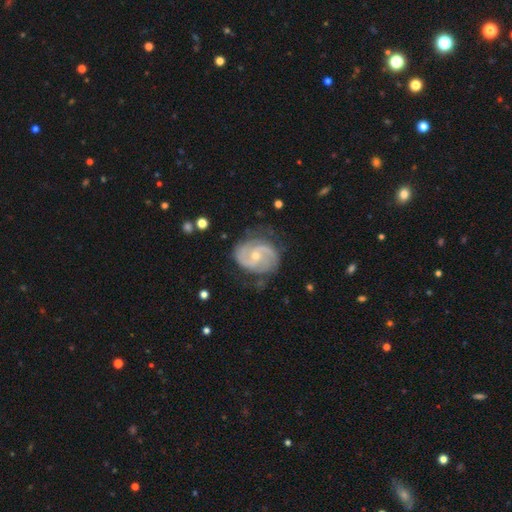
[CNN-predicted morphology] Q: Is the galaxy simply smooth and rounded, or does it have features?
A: featured or disk — 90%.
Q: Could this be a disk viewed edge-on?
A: no — 98%.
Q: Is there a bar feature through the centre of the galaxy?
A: no — 54%.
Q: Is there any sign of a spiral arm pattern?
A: yes — 98%.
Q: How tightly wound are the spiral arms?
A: medium — 50%.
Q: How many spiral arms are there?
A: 2 — 80%.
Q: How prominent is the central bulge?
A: small — 60%.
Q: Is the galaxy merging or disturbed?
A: none — 73%.